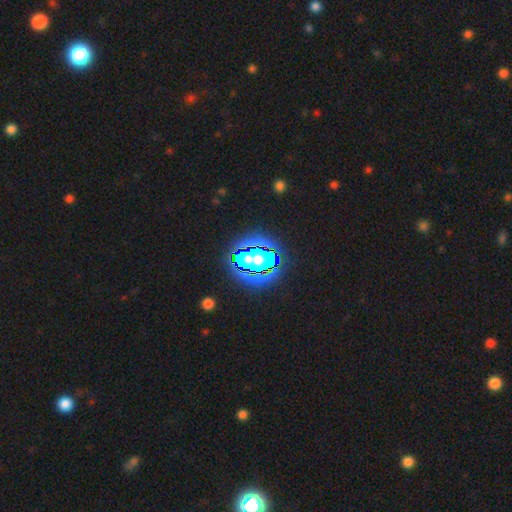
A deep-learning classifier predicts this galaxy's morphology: Q: Smooth or featured?
A: star or artifact (53%); runner-up: smooth (26%)